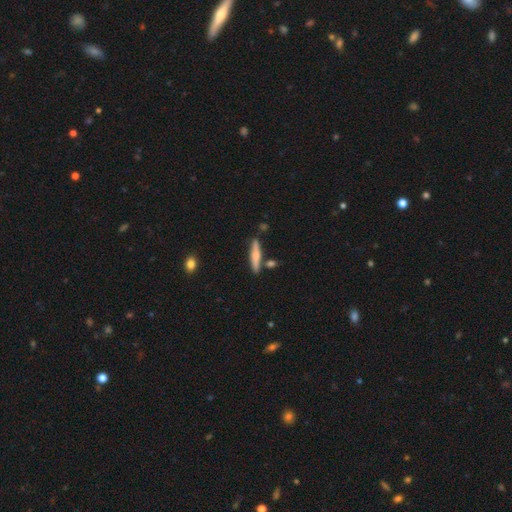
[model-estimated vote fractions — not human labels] This appears to be a smooth galaxy with no disk features (58%) that is cigar-shaped (86%). Merging: none (80%).